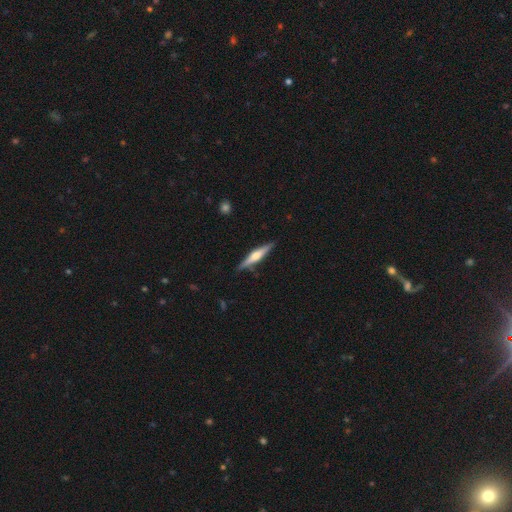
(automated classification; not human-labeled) smooth_or_featured: featured or disk (p=0.66) [alt: smooth p=0.29]
disk_edge_on: yes (p=0.97) [alt: no p=0.03]
edge_on_bulge: rounded (p=0.87) [alt: boxy p=0.08]
merging: none (p=0.88) [alt: minor disturbance p=0.09]